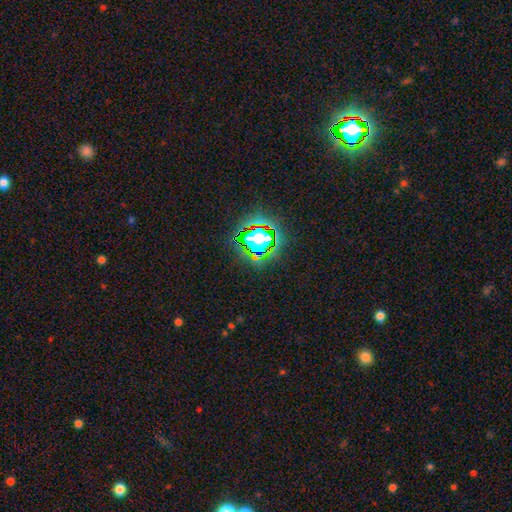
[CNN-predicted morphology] This is likely a star or artifact rather than a galaxy (74%).